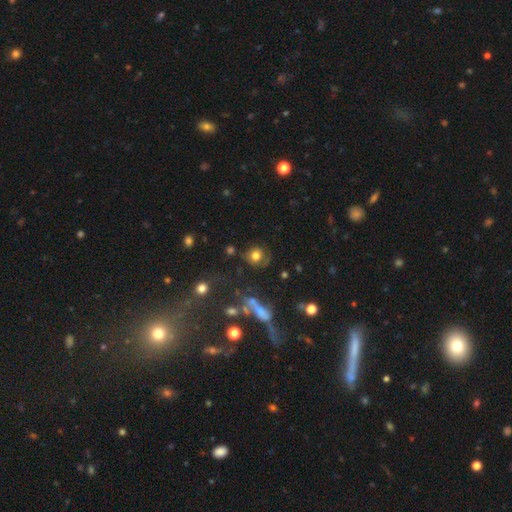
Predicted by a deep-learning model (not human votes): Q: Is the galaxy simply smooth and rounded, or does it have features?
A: smooth — 71%.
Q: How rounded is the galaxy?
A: round — 82%.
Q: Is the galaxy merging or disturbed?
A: none — 65%.